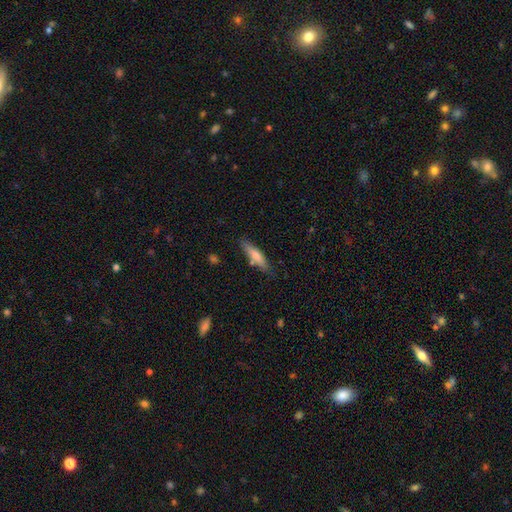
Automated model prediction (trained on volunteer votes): A smooth galaxy with no disk features (65%) that is cigar-shaped (82%). Merging: none (80%).